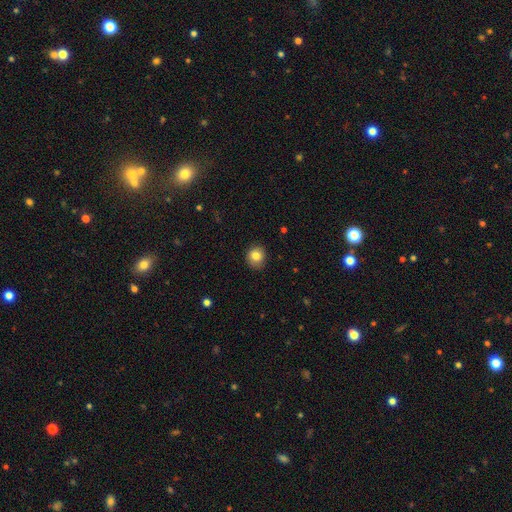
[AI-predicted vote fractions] A smooth galaxy with no disk features (82%) that is round (82%).

Vote fractions:
- Smooth or featured? smooth: 82% / star or artifact: 10% / featured or disk: 8%
- How rounded? round: 82% / in between: 18% / cigar-shaped: 1%
- Merging? none: 84% / minor disturbance: 12% / major disturbance: 3% / merger: 1%